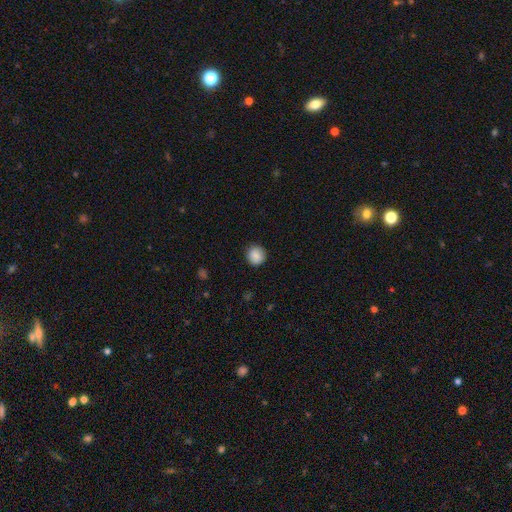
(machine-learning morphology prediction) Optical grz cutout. It shows a smooth galaxy with no disk features (87%) that is round (91%). Merging: none (88%).